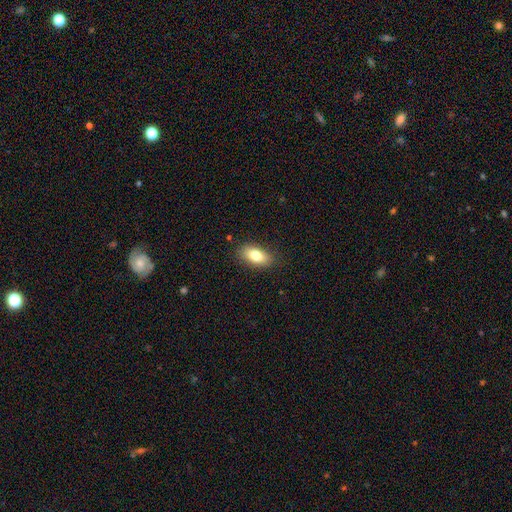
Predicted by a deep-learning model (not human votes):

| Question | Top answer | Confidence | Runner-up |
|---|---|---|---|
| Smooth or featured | smooth | 78% | featured or disk (14%) |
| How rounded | in between | 88% | cigar-shaped (7%) |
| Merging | none | 85% | minor disturbance (11%) |